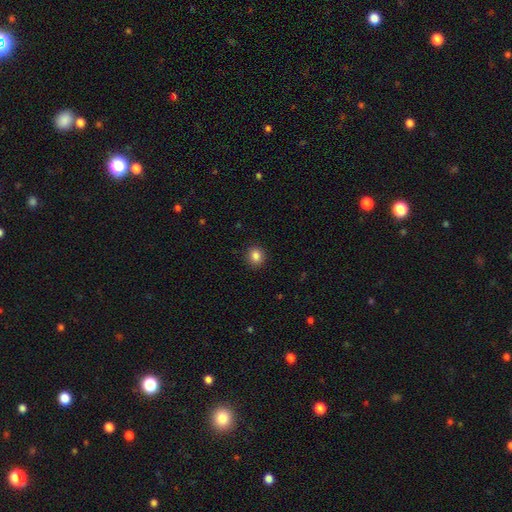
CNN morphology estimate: This appears to be a smooth galaxy with no disk features (85%) that is round (76%). Merging: none (90%).